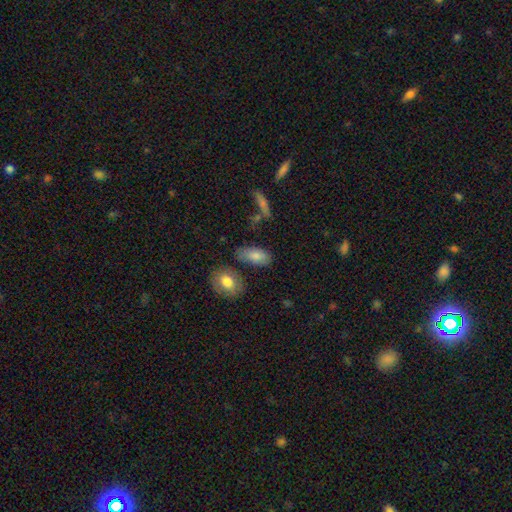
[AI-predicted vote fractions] smooth 81%, featured or disk 12%, star or artifact 7%. Down the decision tree: how rounded — in between (89%); merging — none (67%).